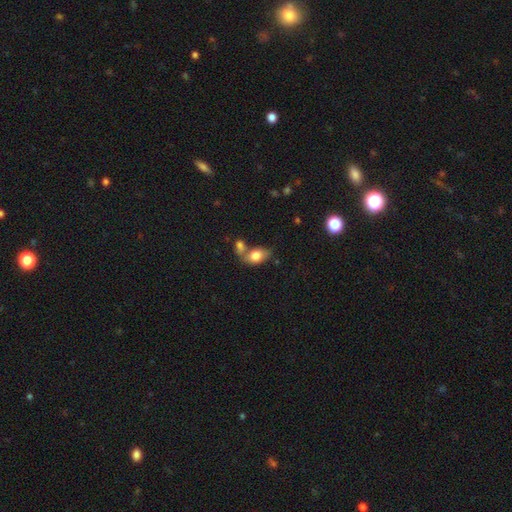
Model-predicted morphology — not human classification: This appears to be a smooth galaxy with no disk features (80%) that is in between round and cigar-shaped (85%). Merging: none (41%).